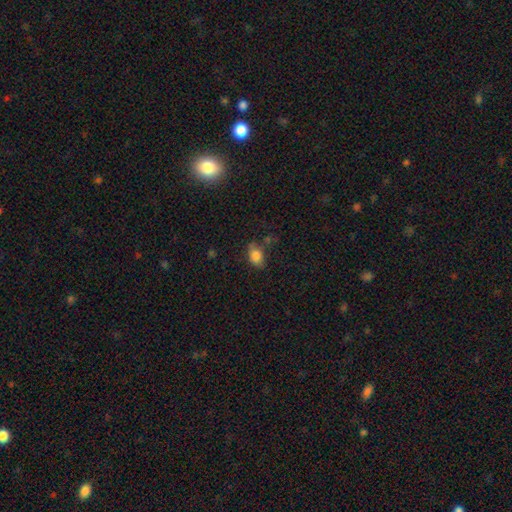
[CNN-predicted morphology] smooth_or_featured: smooth (p=0.82) [alt: star or artifact p=0.10]
how_rounded: in between (p=0.78) [alt: round p=0.20]
merging: none (p=0.57) [alt: minor disturbance p=0.28]